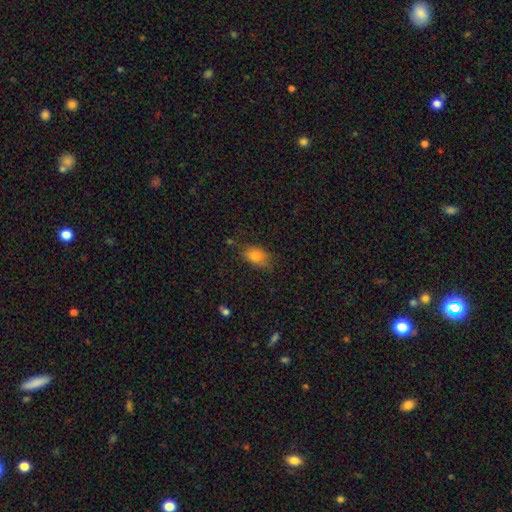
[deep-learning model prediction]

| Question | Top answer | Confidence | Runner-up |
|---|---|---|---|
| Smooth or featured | smooth | 79% | featured or disk (11%) |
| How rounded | in between | 83% | round (14%) |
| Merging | none | 70% | minor disturbance (22%) |